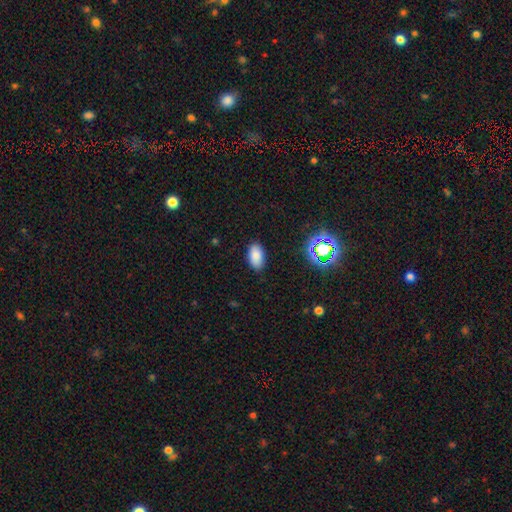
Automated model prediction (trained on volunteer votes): smooth 81%, star or artifact 12%, featured or disk 7%. Down the decision tree: how rounded — in between (94%); merging — none (86%).